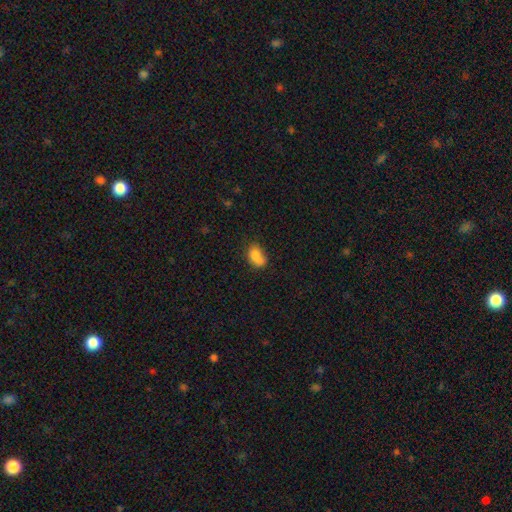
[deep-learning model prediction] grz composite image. It shows a smooth galaxy with no disk features (78%) that is in between round and cigar-shaped (78%). Merging: none (40%).